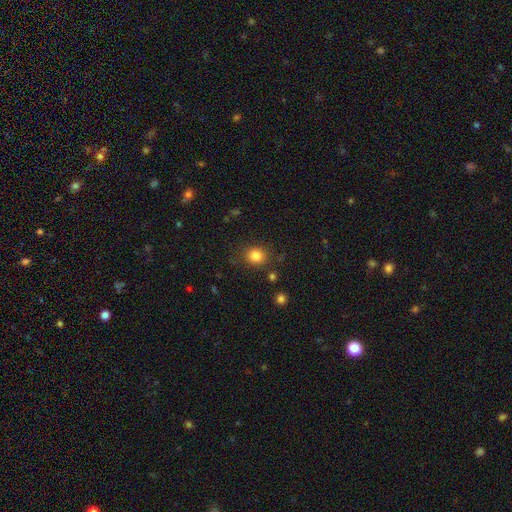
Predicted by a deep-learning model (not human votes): This is clearly a smooth galaxy (83%). How rounded: likely round (76%). Merging: clearly none (82%).